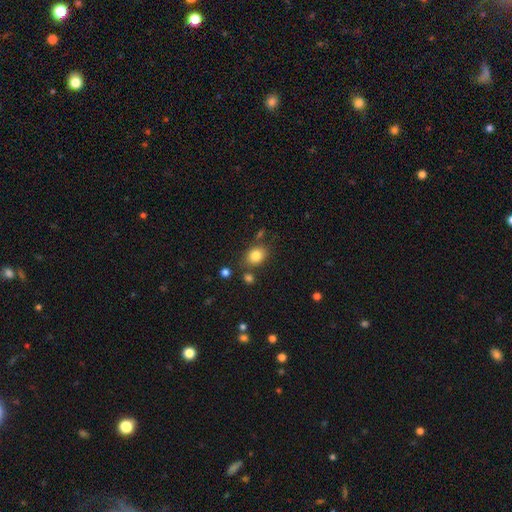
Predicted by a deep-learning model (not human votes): Overall: smooth (83%). How rounded: in between (58%; round 41%). Merging: none (75%).